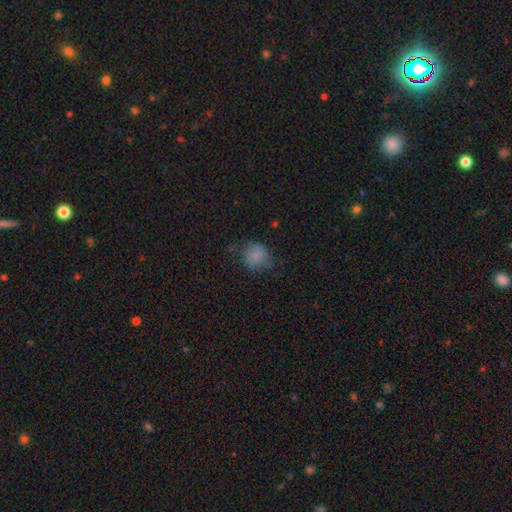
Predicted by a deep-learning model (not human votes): Q: Smooth or featured?
A: smooth (70%); runner-up: featured or disk (18%)
Q: How rounded?
A: round (68%); runner-up: in between (31%)
Q: Merging?
A: none (53%); runner-up: minor disturbance (28%)